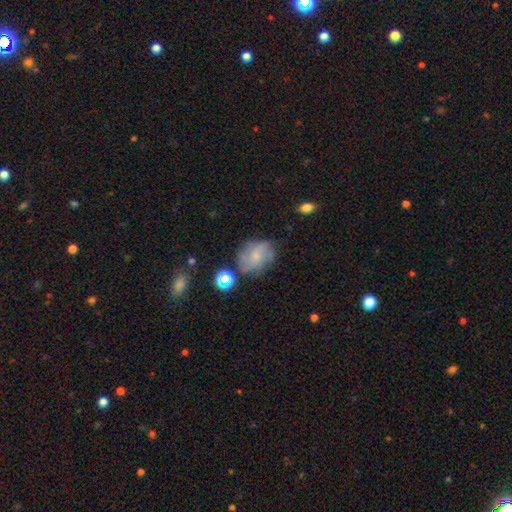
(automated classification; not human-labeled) A smooth galaxy with no disk features (45%). Merging: none (61%).